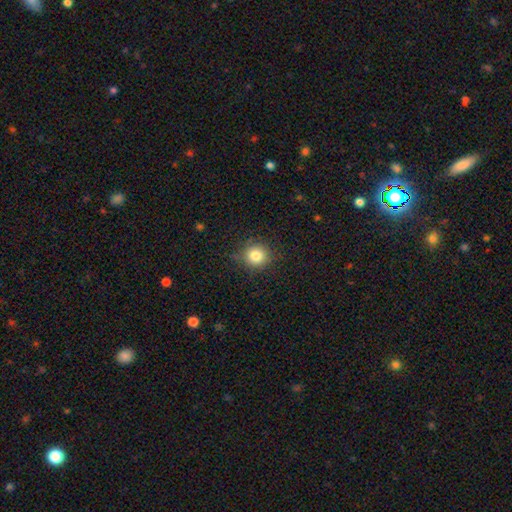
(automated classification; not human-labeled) This appears to be a smooth galaxy with no disk features (83%) that is round (90%). Merging: none (87%).